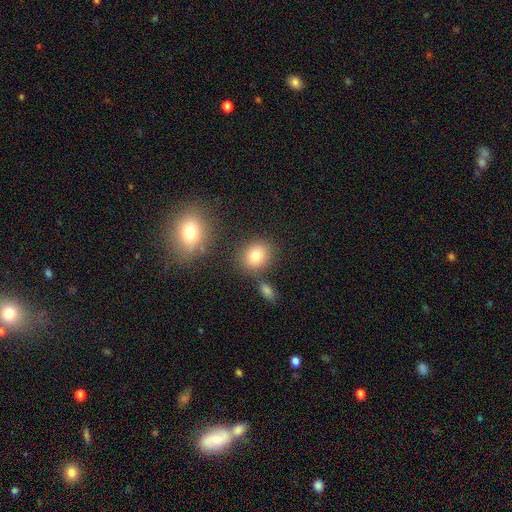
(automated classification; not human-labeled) Smooth or featured? Predicted: smooth (p=0.79). How rounded? Predicted: round (p=0.63). Merging? Predicted: none (p=0.77).